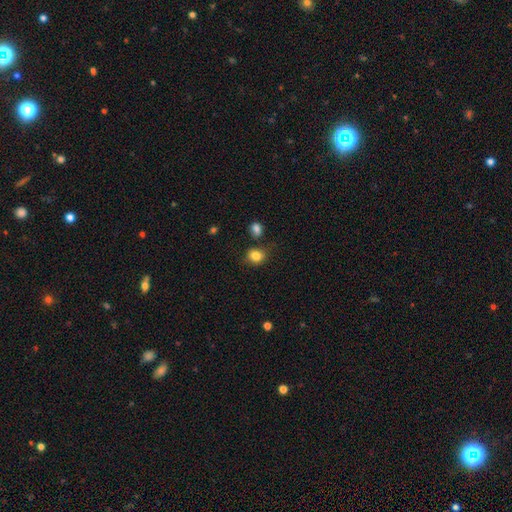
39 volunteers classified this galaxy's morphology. smooth_or_featured: smooth (p=0.90) [alt: featured or disk p=0.05]
how_rounded: round (p=0.94) [alt: in between p=0.06]
merging: none (p=0.73) [alt: minor disturbance p=0.19]